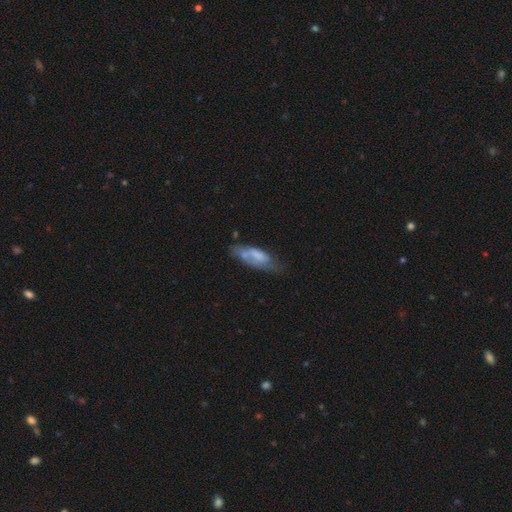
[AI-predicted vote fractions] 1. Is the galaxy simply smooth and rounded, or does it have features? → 49% smooth, 44% featured or disk, 8% star or artifact.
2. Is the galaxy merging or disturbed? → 41% none, 31% minor disturbance, 20% major disturbance, 8% merger.